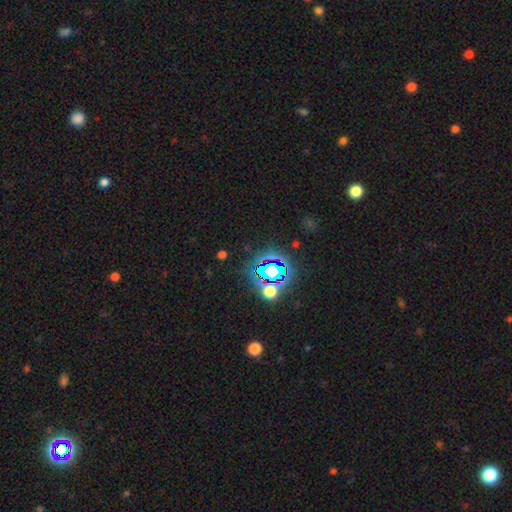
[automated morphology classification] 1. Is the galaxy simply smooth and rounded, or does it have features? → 78% star or artifact, 14% smooth, 9% featured or disk.